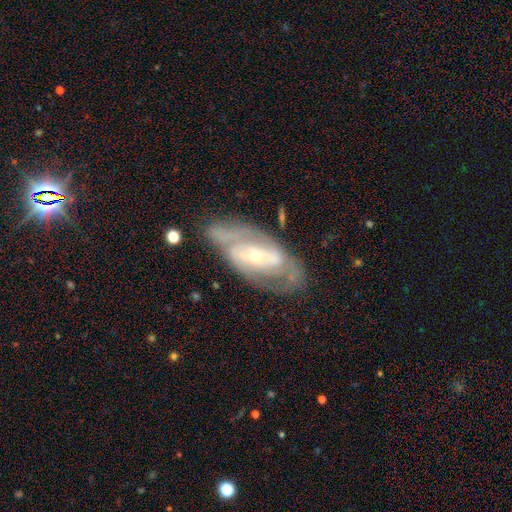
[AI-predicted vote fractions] Morphology: type=featured or disk (79%); edge-on=no (92%); bar=no (36%); spiral arms=yes (74%); winding=tight (45%); arm count=2 (61%); bulge=small (66%); merging=none (63%).